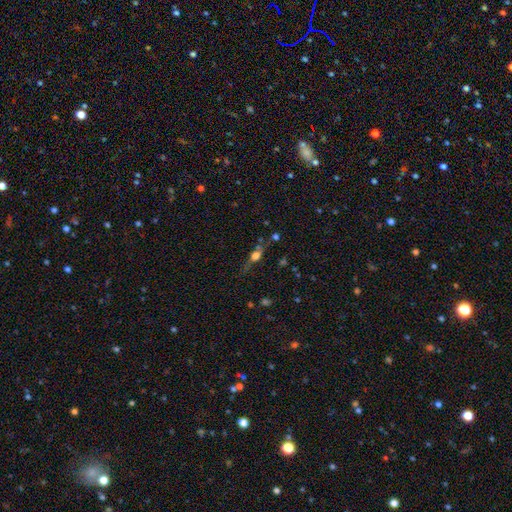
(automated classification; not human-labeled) smooth-or-featured: featured or disk: 43% | smooth: 41% | star or artifact: 16%
  merging: none: 63% | minor disturbance: 19% | major disturbance: 10% | merger: 8%